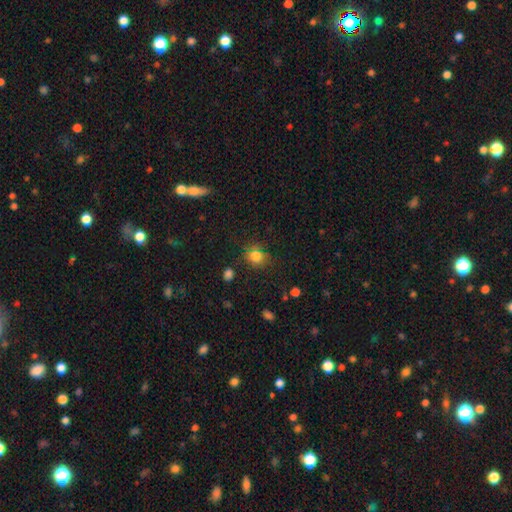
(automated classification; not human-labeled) smooth_or_featured: smooth (p=0.80) [alt: star or artifact p=0.13]
how_rounded: round (p=0.72) [alt: in between p=0.26]
merging: none (p=0.74) [alt: minor disturbance p=0.17]